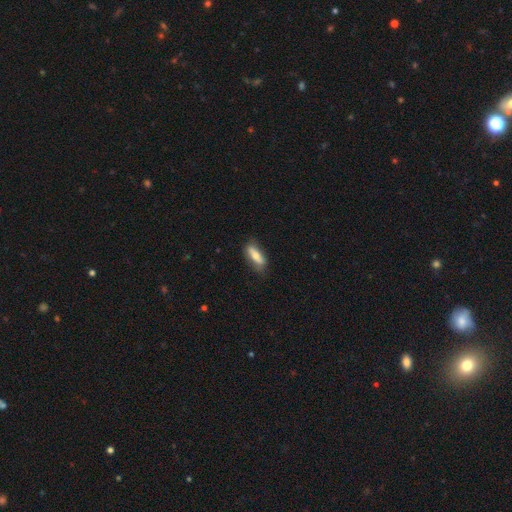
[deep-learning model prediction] smooth 65%, featured or disk 28%, star or artifact 7%. Down the decision tree: how rounded — in between (54%); merging — none (74%).